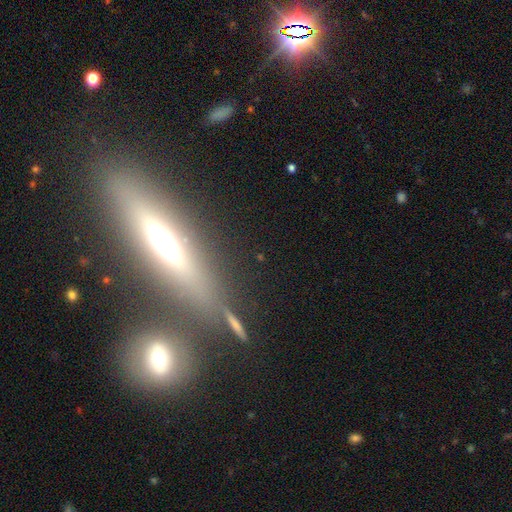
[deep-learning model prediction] This appears to be a featured or disk galaxy (56%) viewed edge-on (82%). Merging: none (76%).